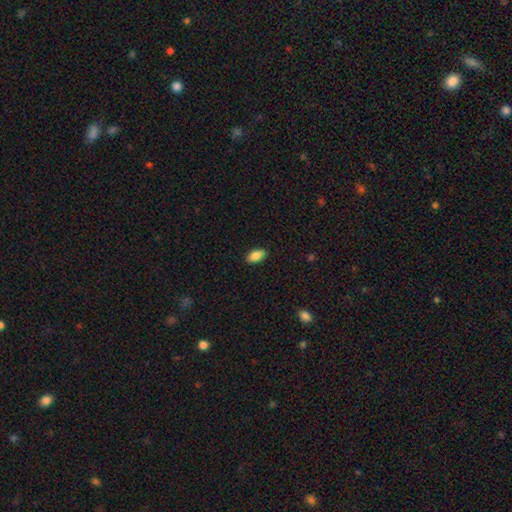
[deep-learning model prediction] smooth 87%, star or artifact 7%, featured or disk 6%. Down the decision tree: how rounded — in between (92%); merging — none (89%).